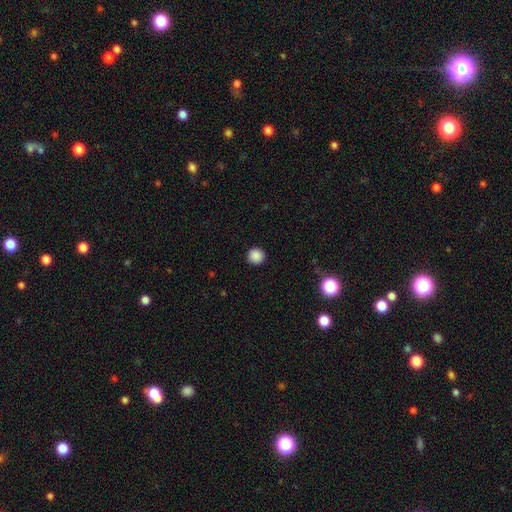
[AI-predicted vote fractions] A smooth galaxy with no disk features (88%) that is round (93%). Merging: none (92%).